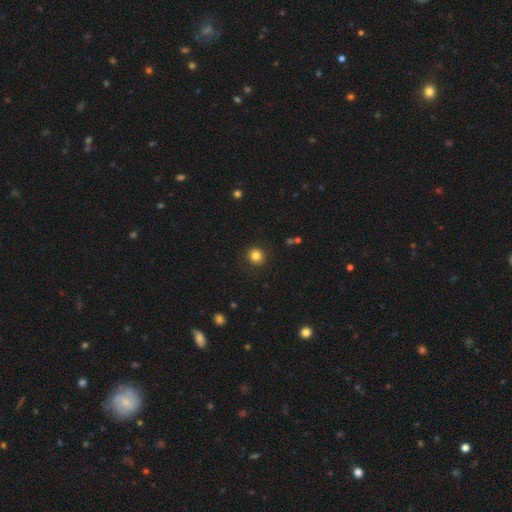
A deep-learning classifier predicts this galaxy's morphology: A smooth galaxy with no disk features (83%) that is round (92%). Merging: none (91%).